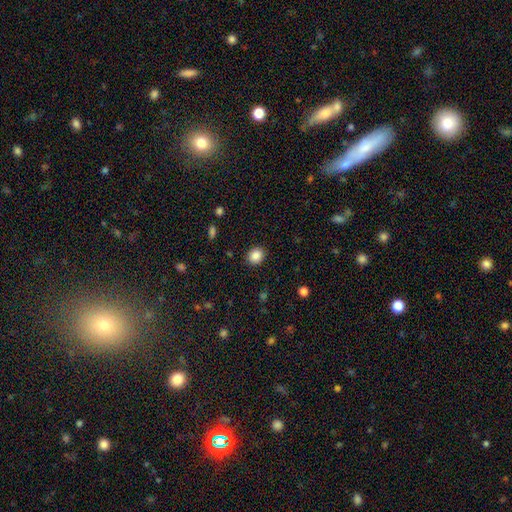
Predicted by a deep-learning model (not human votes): smooth-or-featured: smooth: 87% | star or artifact: 10% | featured or disk: 4%
  how-rounded: round: 68% | in between: 31% | cigar-shaped: 1%
  merging: none: 89% | minor disturbance: 7% | major disturbance: 2% | merger: 1%